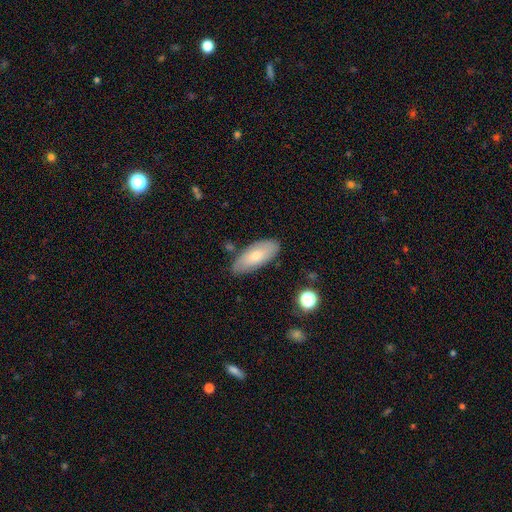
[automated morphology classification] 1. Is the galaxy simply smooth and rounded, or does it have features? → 71% smooth, 23% featured or disk, 6% star or artifact.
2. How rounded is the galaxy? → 85% in between, 12% cigar-shaped, 2% round.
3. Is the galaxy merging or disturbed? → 80% none, 15% minor disturbance, 3% major disturbance, 3% merger.